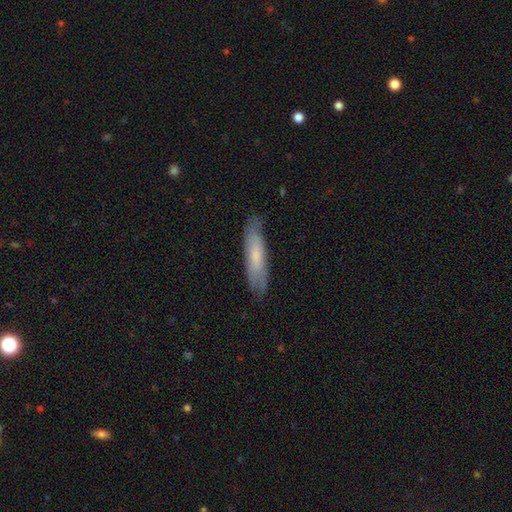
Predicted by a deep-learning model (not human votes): Overall: smooth (63%; featured or disk 31%). How rounded: cigar-shaped (75%). Merging: none (79%).